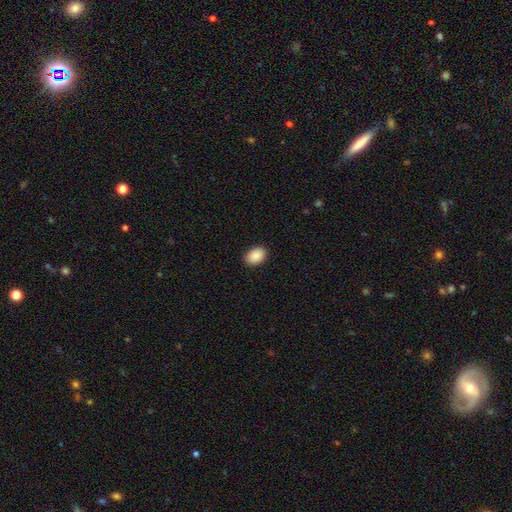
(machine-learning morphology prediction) smooth_or_featured: smooth (p=0.90) [alt: star or artifact p=0.07]
how_rounded: in between (p=0.80) [alt: round p=0.19]
merging: none (p=0.89) [alt: minor disturbance p=0.08]